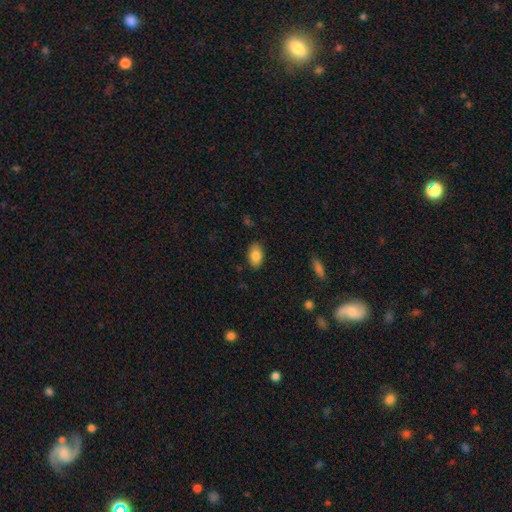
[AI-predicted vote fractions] This is clearly a smooth galaxy (85%). How rounded: clearly in between (91%). Merging: clearly none (86%).